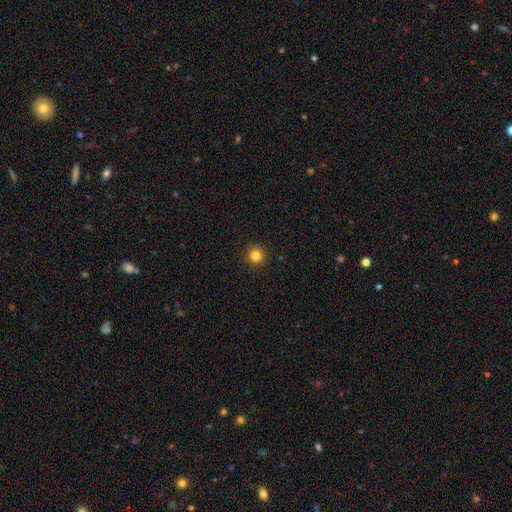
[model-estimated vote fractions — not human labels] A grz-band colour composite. It shows a smooth galaxy with no disk features (83%) that is round (96%). Merging: none (93%).